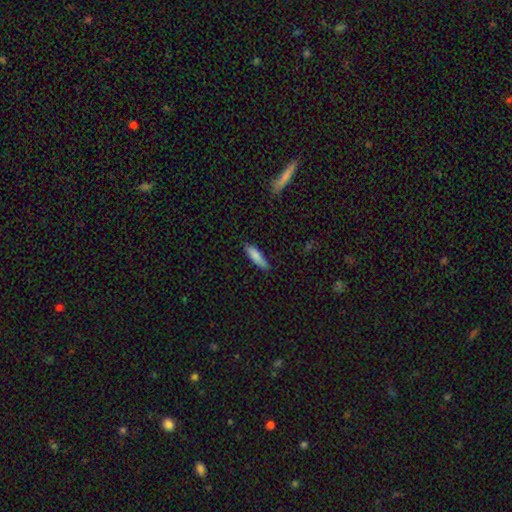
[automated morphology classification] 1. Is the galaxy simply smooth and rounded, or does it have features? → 82% smooth, 11% featured or disk, 6% star or artifact.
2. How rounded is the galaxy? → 65% cigar-shaped, 33% in between, 2% round.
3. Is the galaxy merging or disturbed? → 77% none, 18% minor disturbance, 3% major disturbance, 1% merger.